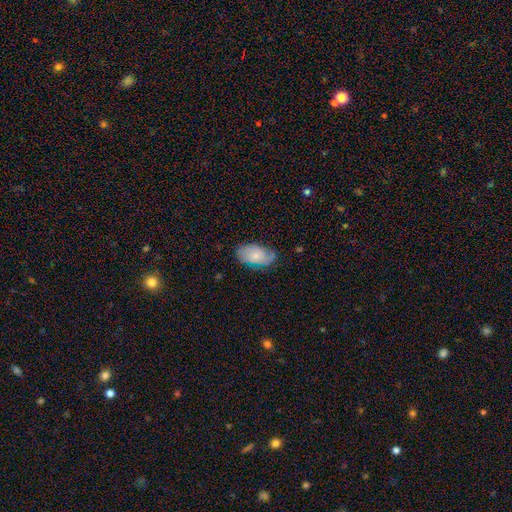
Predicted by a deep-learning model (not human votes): Smooth or featured? Predicted: smooth (p=0.58). How rounded? Predicted: in between (p=0.93). Merging? Predicted: none (p=0.65).